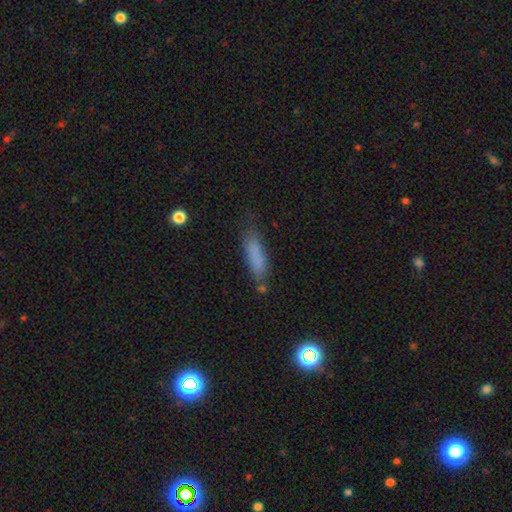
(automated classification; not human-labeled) This is likely a smooth galaxy (80%). How rounded: likely cigar-shaped (62%). Merging: likely none (66%).